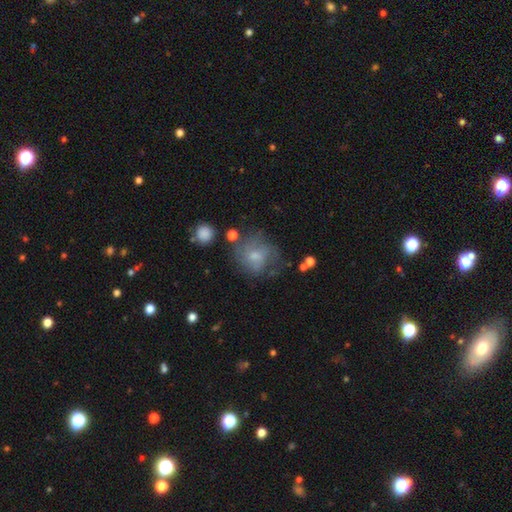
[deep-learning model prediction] A featured or disk galaxy (43%).

Vote fractions:
- Smooth or featured? featured or disk: 43% / smooth: 42% / star or artifact: 15%
- Merging? none: 56% / minor disturbance: 22% / major disturbance: 17% / merger: 5%